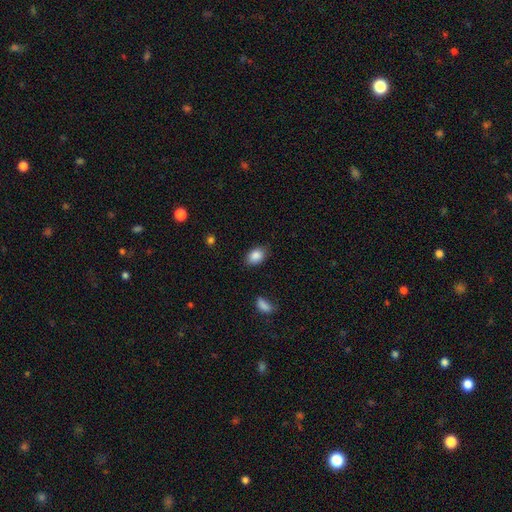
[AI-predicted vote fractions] This is clearly a smooth galaxy (88%). How rounded: clearly in between (82%). Merging: clearly none (81%).